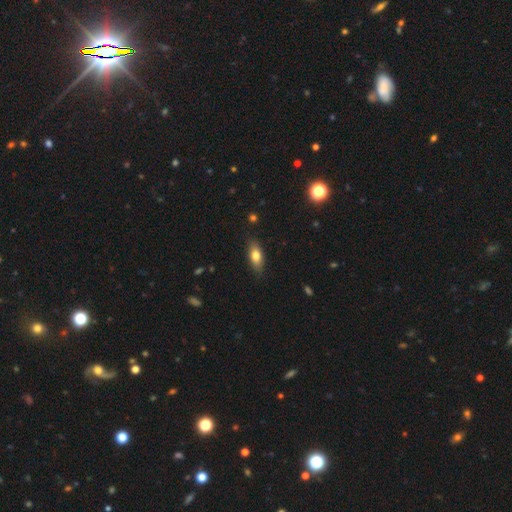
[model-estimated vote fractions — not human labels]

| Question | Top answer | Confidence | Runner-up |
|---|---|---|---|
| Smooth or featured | smooth | 73% | featured or disk (20%) |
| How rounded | in between | 76% | cigar-shaped (20%) |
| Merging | none | 84% | minor disturbance (12%) |